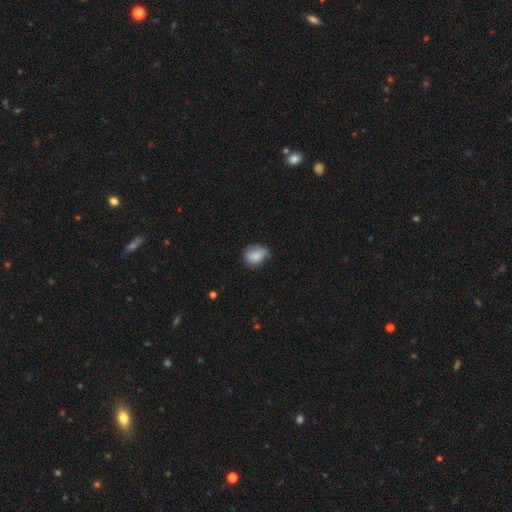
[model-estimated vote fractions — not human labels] smooth_or_featured: smooth (p=0.79) [alt: featured or disk p=0.13]
how_rounded: in between (p=0.59) [alt: round p=0.40]
merging: none (p=0.54) [alt: minor disturbance p=0.36]